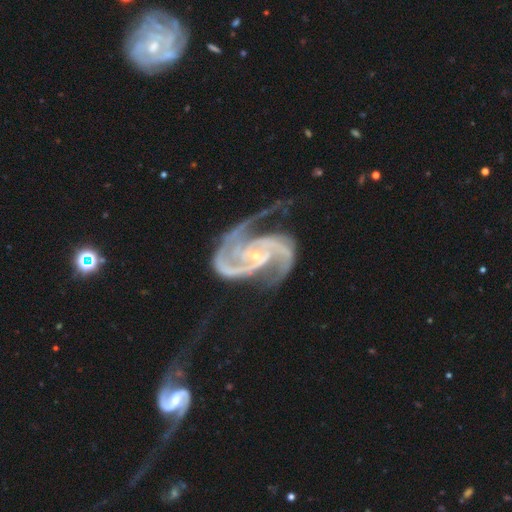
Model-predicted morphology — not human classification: Smooth or featured? Predicted: featured or disk (p=0.94). Edge-on disk? Predicted: no (p=0.98). Bar? Predicted: no (p=0.40). Spiral arms? Predicted: yes (p=0.99). Spiral winding? Predicted: medium (p=0.57). Spiral arm count? Predicted: 2 (p=0.74). Bulge size? Predicted: small (p=0.82). Merging? Predicted: none (p=0.47).